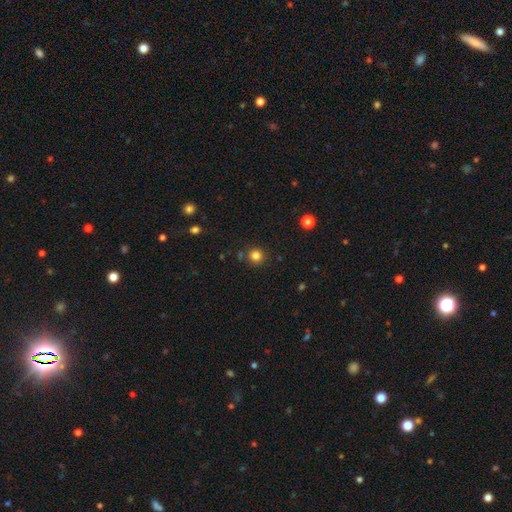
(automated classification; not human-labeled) Smooth or featured: smooth — 82% (star or artifact — 13%)
How rounded: round — 93% (in between — 6%)
Merging: none — 86% (minor disturbance — 8%)